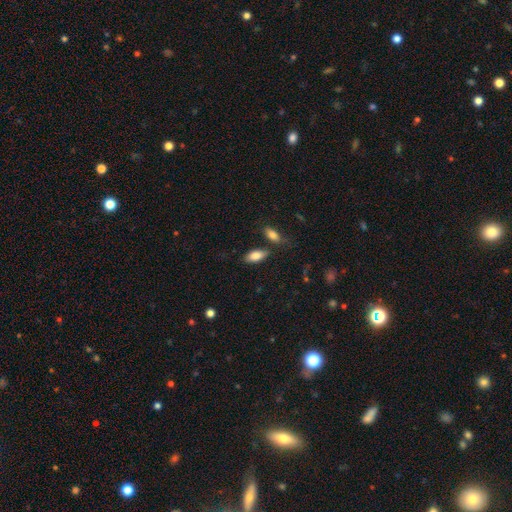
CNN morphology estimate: Smooth or featured? Predicted: smooth (p=0.83). How rounded? Predicted: in between (p=0.89). Merging? Predicted: none (p=0.75).